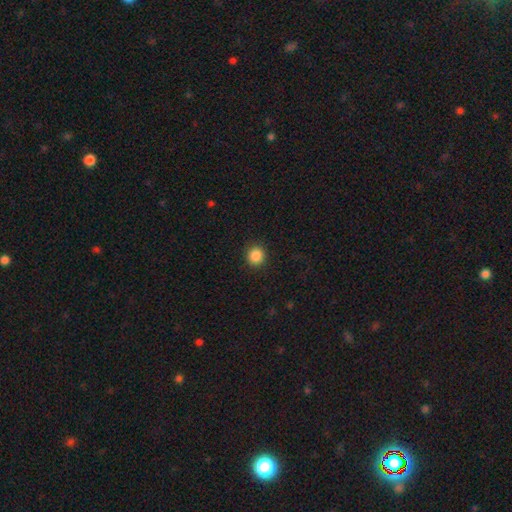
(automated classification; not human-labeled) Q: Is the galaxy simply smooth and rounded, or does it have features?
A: smooth — 87%.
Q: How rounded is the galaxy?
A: round — 90%.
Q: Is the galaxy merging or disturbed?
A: none — 91%.